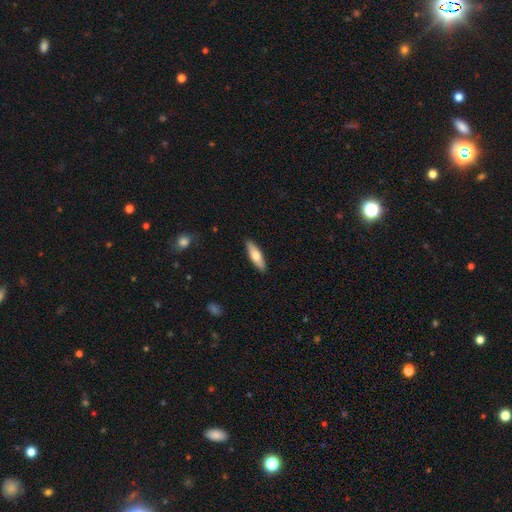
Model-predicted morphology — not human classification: A smooth galaxy with no disk features (66%) that is cigar-shaped (56%). Merging: none (90%).